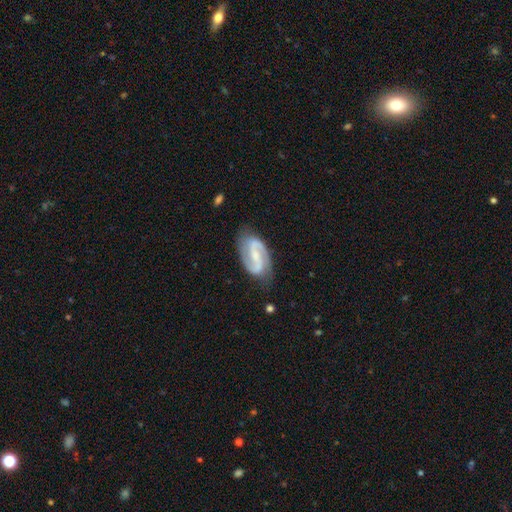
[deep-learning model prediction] This appears to be a featured or disk galaxy (89%) with a weak bar (42%), 2 (93%) medium (54%) spiral arms (97%) and a small central bulge (48%). Merging: none (79%).